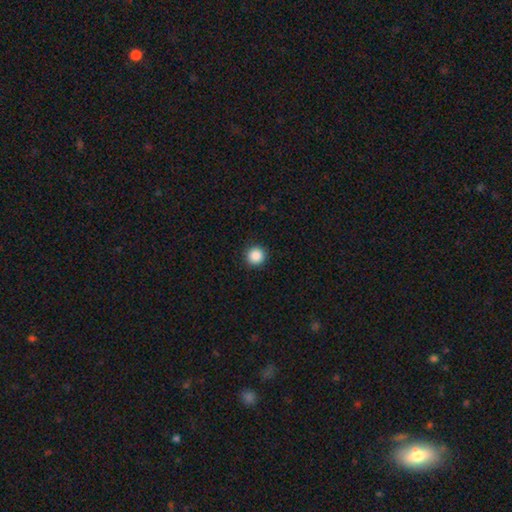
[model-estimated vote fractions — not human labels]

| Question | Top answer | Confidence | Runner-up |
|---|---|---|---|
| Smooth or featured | smooth | 88% | star or artifact (10%) |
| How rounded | round | 95% | in between (4%) |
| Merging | none | 93% | minor disturbance (5%) |